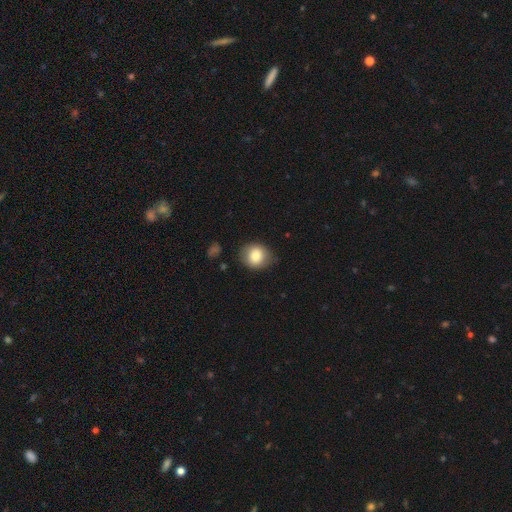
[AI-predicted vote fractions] Q: Smooth or featured?
A: smooth (81%); runner-up: featured or disk (10%)
Q: How rounded?
A: round (75%); runner-up: in between (24%)
Q: Merging?
A: none (78%); runner-up: minor disturbance (16%)